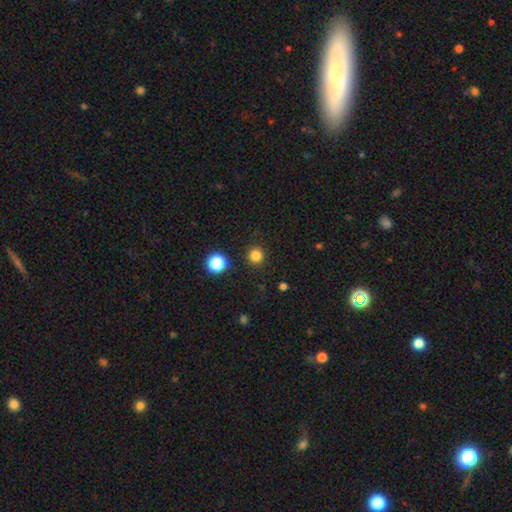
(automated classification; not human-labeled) smooth-or-featured: smooth: 82% | star or artifact: 14% | featured or disk: 4%
  how-rounded: round: 95% | in between: 4% | cigar-shaped: 1%
  merging: none: 91% | minor disturbance: 5% | major disturbance: 2% | merger: 1%